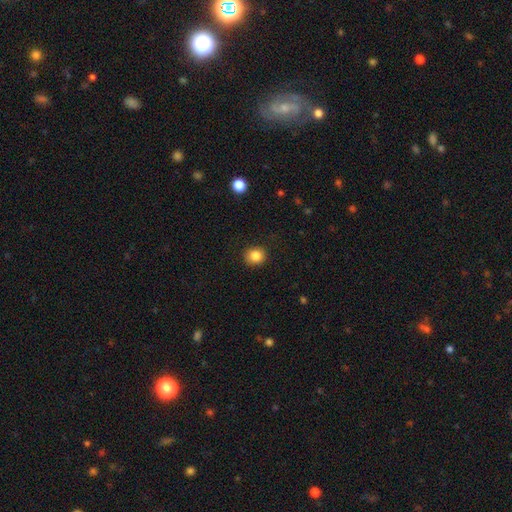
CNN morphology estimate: Smooth or featured?
  - smooth: 85% *
  - star or artifact: 11%
  - featured or disk: 5%
How rounded?
  - round: 82% *
  - in between: 17%
  - cigar-shaped: 1%
Merging?
  - none: 87% *
  - minor disturbance: 10%
  - major disturbance: 3%
  - merger: 1%